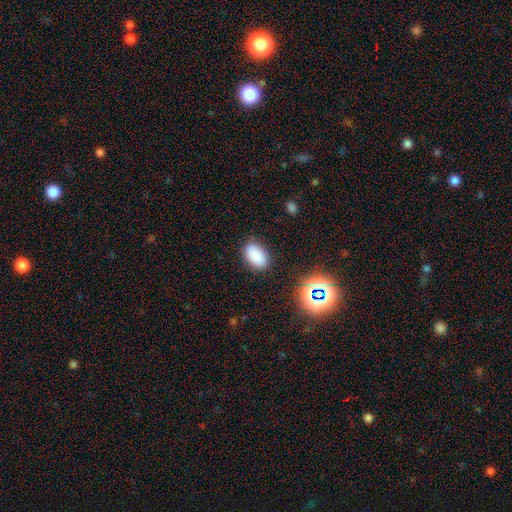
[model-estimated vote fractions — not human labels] smooth_or_featured: smooth (p=0.84) [alt: star or artifact p=0.11]
how_rounded: in between (p=0.90) [alt: round p=0.09]
merging: none (p=0.84) [alt: minor disturbance p=0.11]